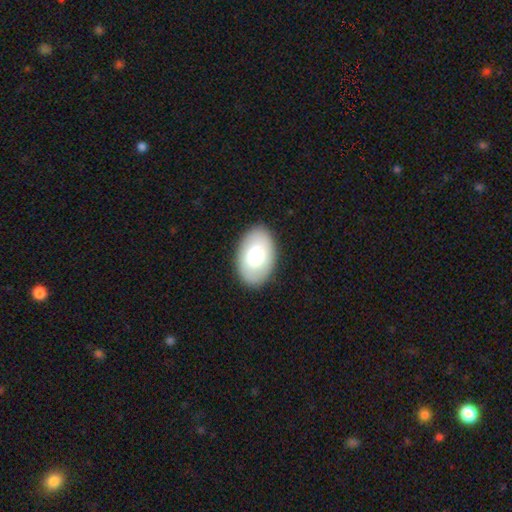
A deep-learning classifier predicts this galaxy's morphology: type=smooth (77%); roundness=in between (91%); merging=none (88%).